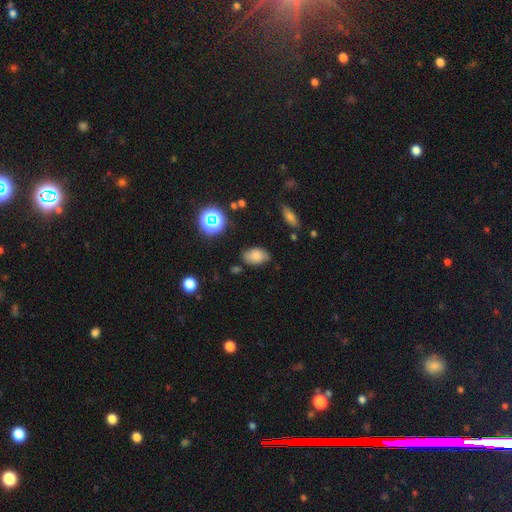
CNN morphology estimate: A smooth galaxy with no disk features (71%) that is in between round and cigar-shaped (86%). Merging: none (70%).